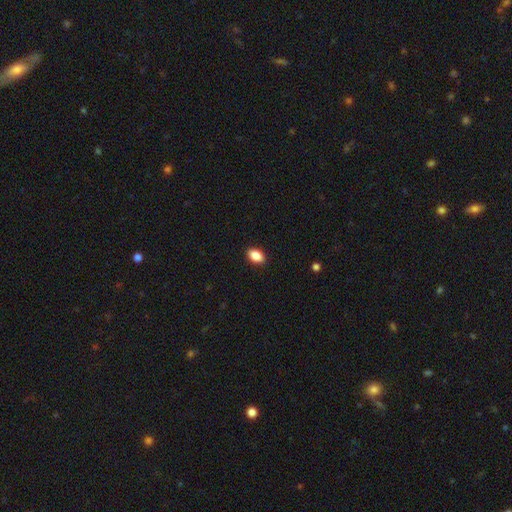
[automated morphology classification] Smooth or featured: smooth — 88% (star or artifact — 8%)
How rounded: in between — 89% (round — 9%)
Merging: none — 90% (minor disturbance — 7%)